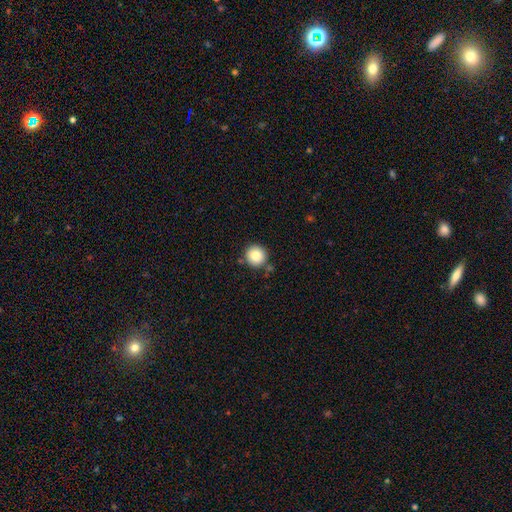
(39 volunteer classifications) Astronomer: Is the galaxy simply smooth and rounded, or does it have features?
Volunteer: smooth — 87%.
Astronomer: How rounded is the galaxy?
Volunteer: round — 97%.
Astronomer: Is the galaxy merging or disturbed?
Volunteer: none — 84%.